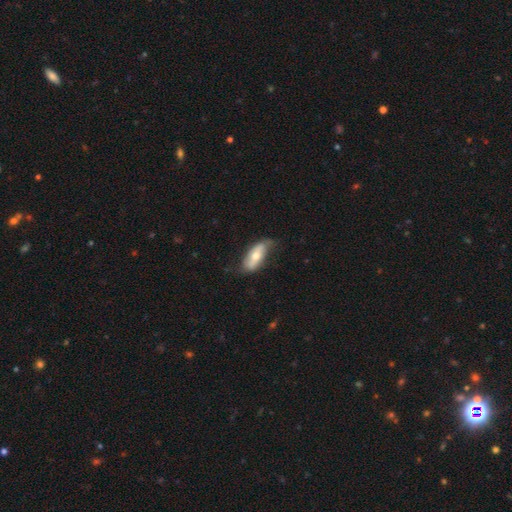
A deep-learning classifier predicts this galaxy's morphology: type=smooth (53%); roundness=in between (79%); merging=none (63%).